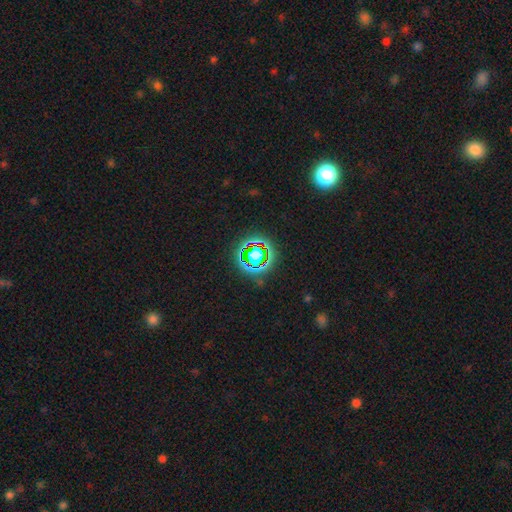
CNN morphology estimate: This is likely a star or artifact rather than a galaxy (65%).